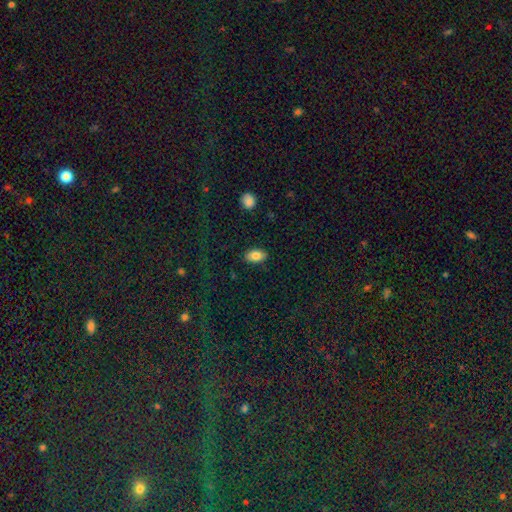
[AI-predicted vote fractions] Smooth or featured?
  - smooth: 82% *
  - featured or disk: 10%
  - star or artifact: 8%
How rounded?
  - in between: 92% *
  - round: 6%
  - cigar-shaped: 2%
Merging?
  - none: 87% *
  - minor disturbance: 9%
  - major disturbance: 2%
  - merger: 1%